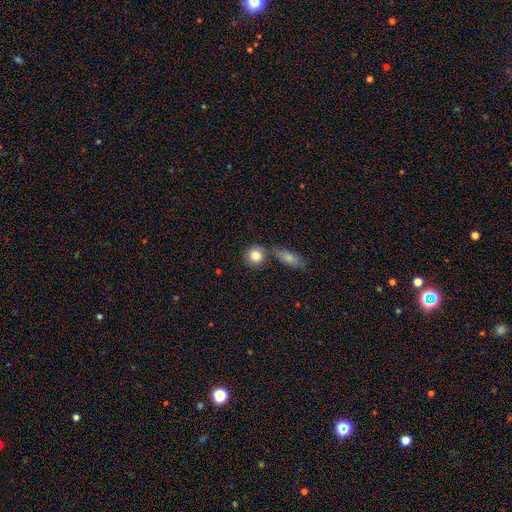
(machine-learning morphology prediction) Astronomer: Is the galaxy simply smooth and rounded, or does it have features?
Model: smooth — 84%.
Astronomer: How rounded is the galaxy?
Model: round — 85%.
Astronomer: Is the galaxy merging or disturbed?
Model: none — 68%.